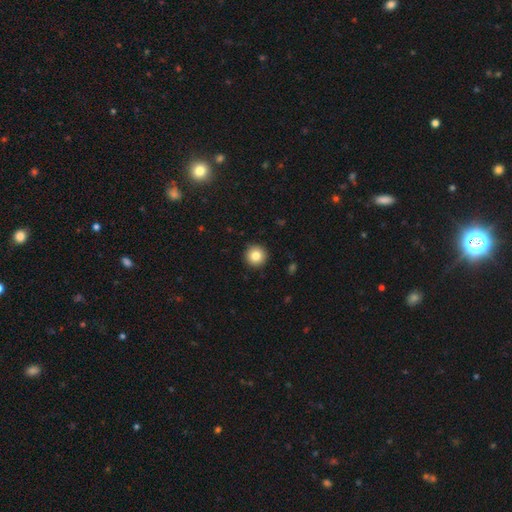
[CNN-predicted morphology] smooth-or-featured: smooth: 83% | star or artifact: 10% | featured or disk: 8%
  how-rounded: round: 96% | in between: 3% | cigar-shaped: 1%
  merging: none: 93% | minor disturbance: 5% | major disturbance: 2% | merger: 1%